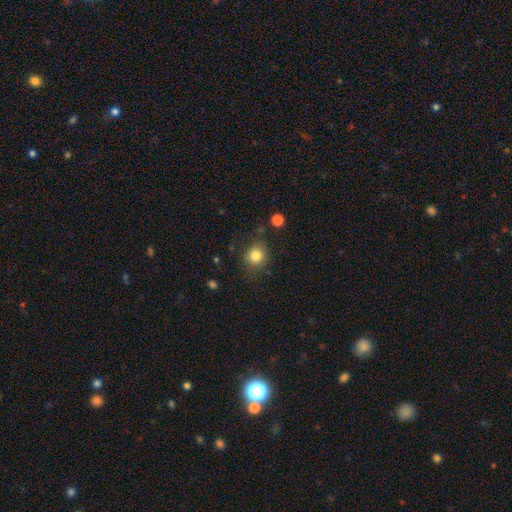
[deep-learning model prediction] A smooth galaxy with no disk features (82%) that is round (84%). Merging: none (80%).